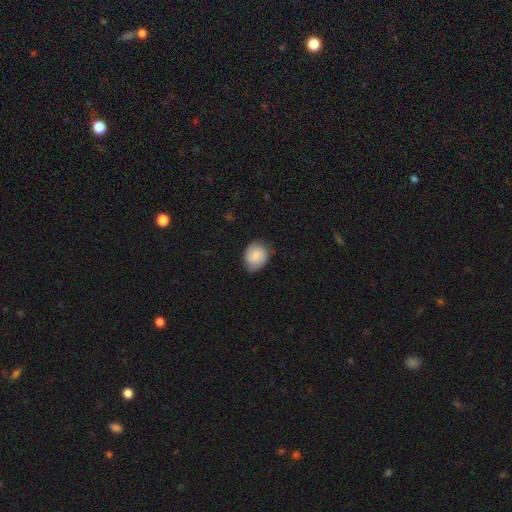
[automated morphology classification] A smooth galaxy with no disk features (80%) that is round (54%). Merging: none (73%).